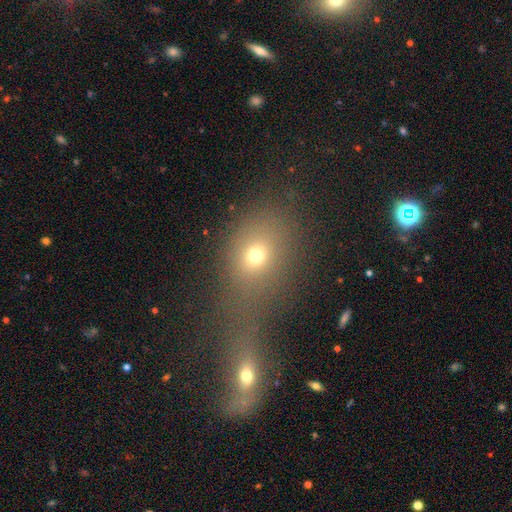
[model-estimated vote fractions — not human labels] Smooth or featured: smooth — 68% (star or artifact — 17%)
How rounded: in between — 49% (tied with round — 49%)
Merging: merger — 41% (none — 39%)